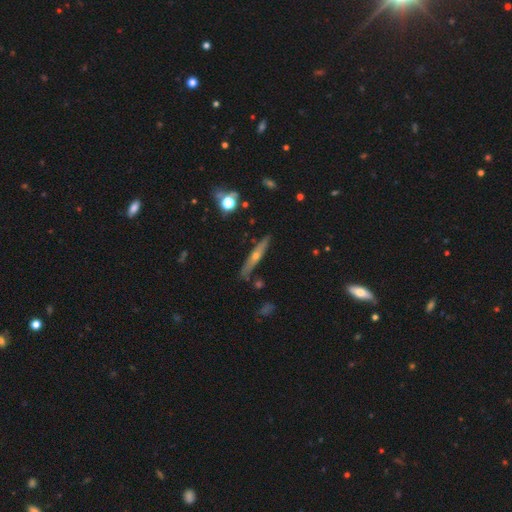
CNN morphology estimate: A featured or disk galaxy (62%) viewed edge-on (91%) with a rounded central bulge (82%). Merging: none (85%).